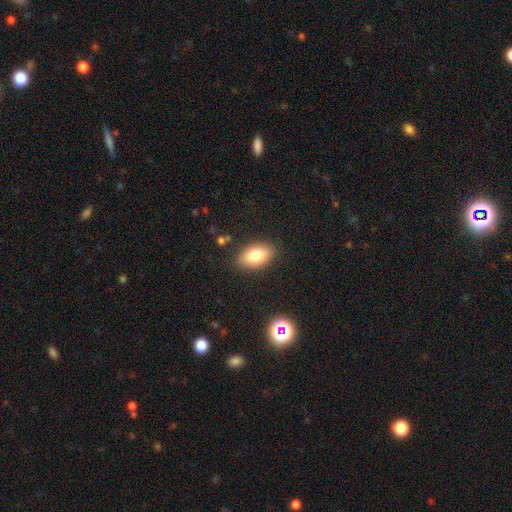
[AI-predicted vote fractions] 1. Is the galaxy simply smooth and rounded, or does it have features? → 81% smooth, 10% featured or disk, 8% star or artifact.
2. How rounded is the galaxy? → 91% in between, 7% round, 2% cigar-shaped.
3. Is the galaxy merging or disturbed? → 85% none, 11% minor disturbance, 3% major disturbance, 2% merger.